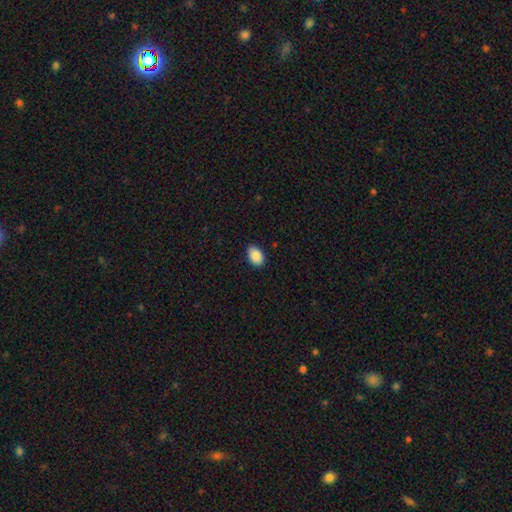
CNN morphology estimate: smooth-or-featured: smooth: 89% | star or artifact: 7% | featured or disk: 4%
  how-rounded: in between: 87% | round: 12% | cigar-shaped: 1%
  merging: none: 84% | minor disturbance: 12% | major disturbance: 2% | merger: 1%